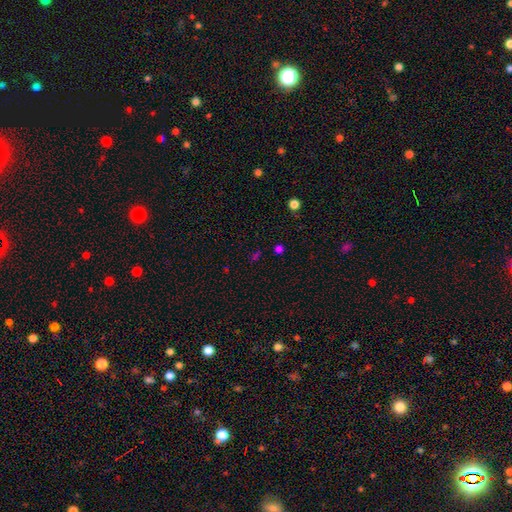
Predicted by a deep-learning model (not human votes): smooth-or-featured: star or artifact: 50% | smooth: 43% | featured or disk: 7%